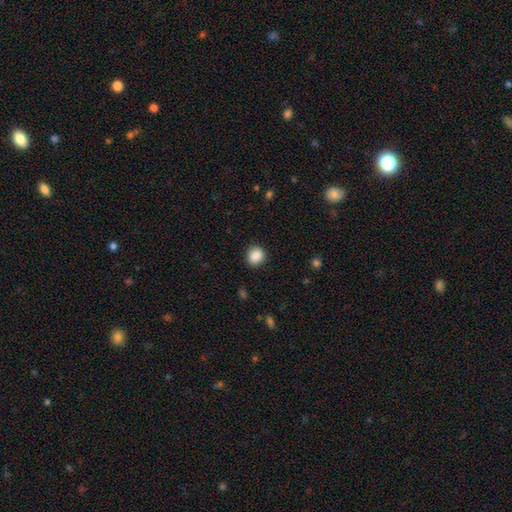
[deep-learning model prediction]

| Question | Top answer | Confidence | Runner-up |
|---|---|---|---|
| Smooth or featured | smooth | 88% | star or artifact (9%) |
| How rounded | round | 80% | in between (19%) |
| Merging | none | 89% | minor disturbance (8%) |